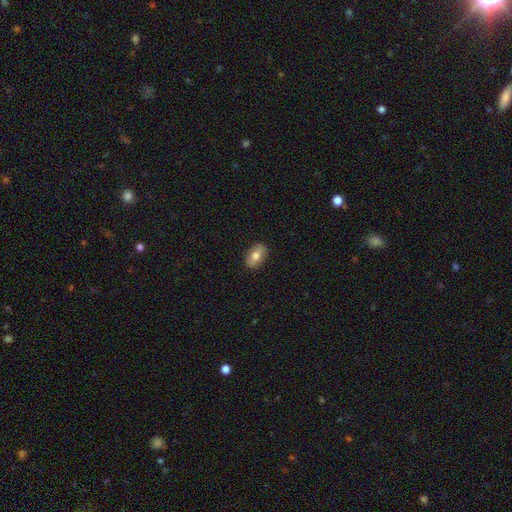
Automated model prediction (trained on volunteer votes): Smooth or featured?
  - smooth: 73% *
  - featured or disk: 20%
  - star or artifact: 7%
How rounded?
  - in between: 86% *
  - round: 12%
  - cigar-shaped: 2%
Merging?
  - none: 87% *
  - minor disturbance: 10%
  - major disturbance: 2%
  - merger: 1%